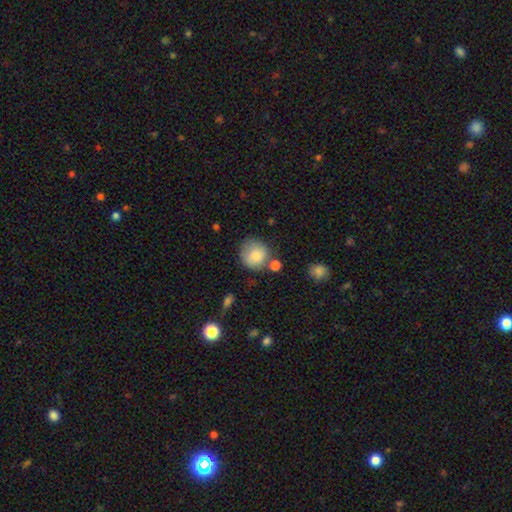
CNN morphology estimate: The model was most divided on "merging": none: 66%, minor disturbance: 19%, merger: 9%, major disturbance: 6%. More confident: how rounded — round (89%); smooth or featured — smooth (84%).